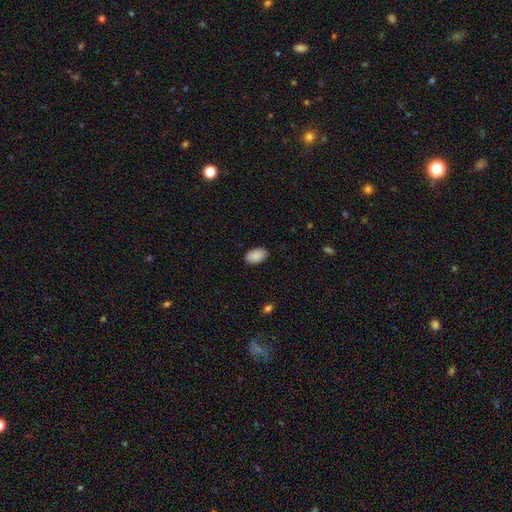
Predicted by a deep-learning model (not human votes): smooth 90%, star or artifact 7%, featured or disk 3%. Down the decision tree: how rounded — in between (94%); merging — none (87%).